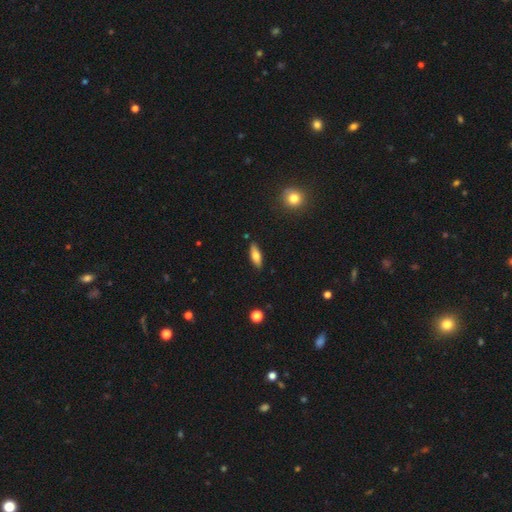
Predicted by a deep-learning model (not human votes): The model was most divided on "how rounded": in between: 59%, cigar-shaped: 38%, round: 3%. More confident: merging — none (87%); smooth or featured — smooth (67%).